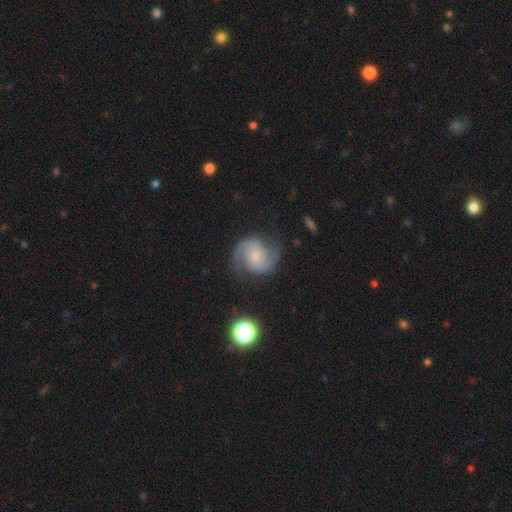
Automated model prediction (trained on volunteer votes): A featured or disk galaxy (87%) with no bar (59%), 2 (93%) medium (58%) spiral arms (98%) and a small central bulge (51%).

Vote fractions:
- Smooth or featured? featured or disk: 87% / smooth: 7% / star or artifact: 6%
- Edge-on disk? no: 98% / yes: 2%
- Bar? no: 59% / weak: 34% / strong: 7%
- Spiral arms? yes: 98% / no: 2%
- Spiral winding? medium: 58% / tight: 21% / loose: 21%
- Spiral arm count? 2: 93% / can't tell: 2% / 3: 2% / 1: 1% / 4: 1% / more than 4: 1%
- Bulge size? small: 51% / moderate: 27% / none: 16% / large: 4% / dominant: 2%
- Merging? none: 79% / minor disturbance: 14% / major disturbance: 6% / merger: 2%